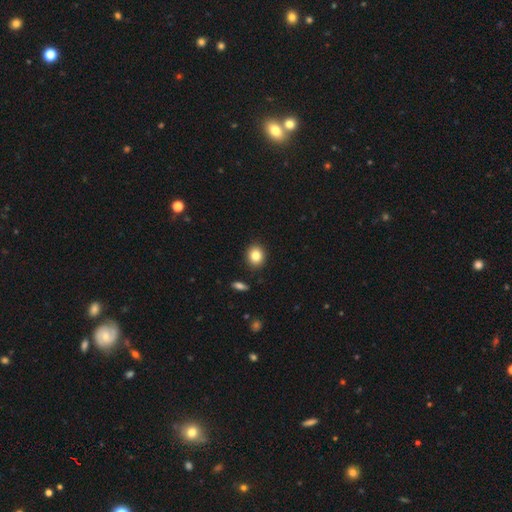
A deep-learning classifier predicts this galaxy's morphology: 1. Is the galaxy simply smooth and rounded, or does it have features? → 84% smooth, 10% star or artifact, 7% featured or disk.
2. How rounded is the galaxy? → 68% round, 30% in between, 1% cigar-shaped.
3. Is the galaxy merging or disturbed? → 90% none, 7% minor disturbance, 2% major disturbance, 2% merger.